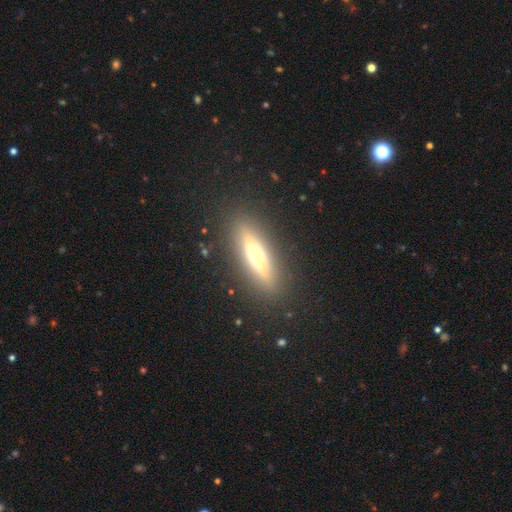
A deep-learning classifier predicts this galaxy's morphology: type=featured or disk (60%); edge-on=yes (91%); edge-on bulge=rounded (78%); merging=none (88%).